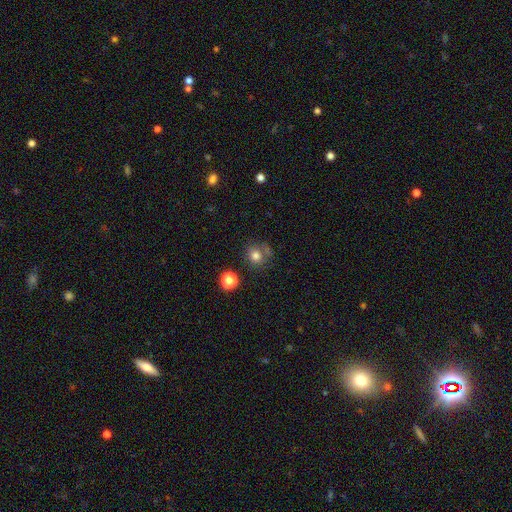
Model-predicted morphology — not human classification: smooth 78%, star or artifact 14%, featured or disk 8%. Down the decision tree: how rounded — round (81%); merging — none (66%).